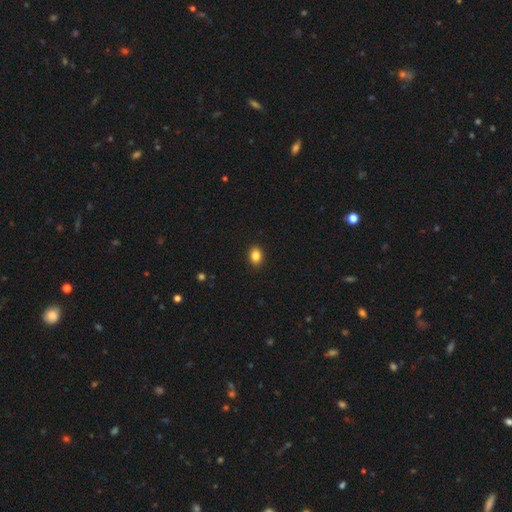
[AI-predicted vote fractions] Q: Smooth or featured?
A: smooth (85%); runner-up: star or artifact (10%)
Q: How rounded?
A: in between (67%); runner-up: round (32%)
Q: Merging?
A: none (91%); runner-up: minor disturbance (7%)